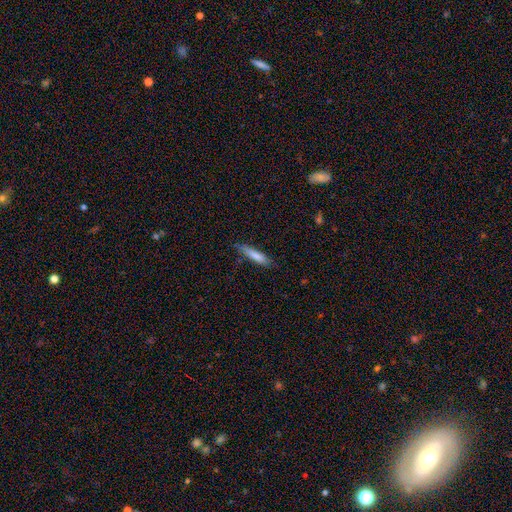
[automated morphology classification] type=smooth (78%); roundness=cigar-shaped (82%); merging=none (76%).